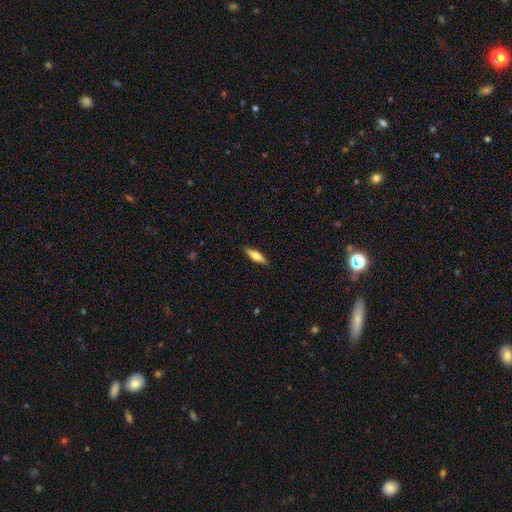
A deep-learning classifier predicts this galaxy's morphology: A smooth galaxy with no disk features (53%) that is cigar-shaped (62%).

Vote fractions:
- Smooth or featured? smooth: 53% / featured or disk: 41% / star or artifact: 6%
- How rounded? cigar-shaped: 62% / in between: 36% / round: 2%
- Merging? none: 89% / minor disturbance: 8% / major disturbance: 2% / merger: 1%